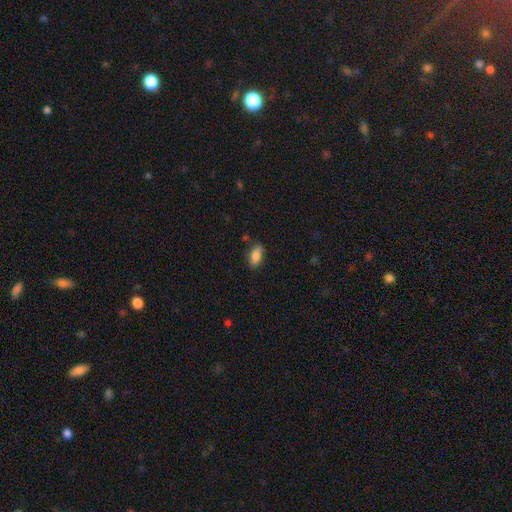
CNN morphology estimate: smooth 83%, featured or disk 9%, star or artifact 8%. Down the decision tree: how rounded — in between (86%); merging — none (80%).